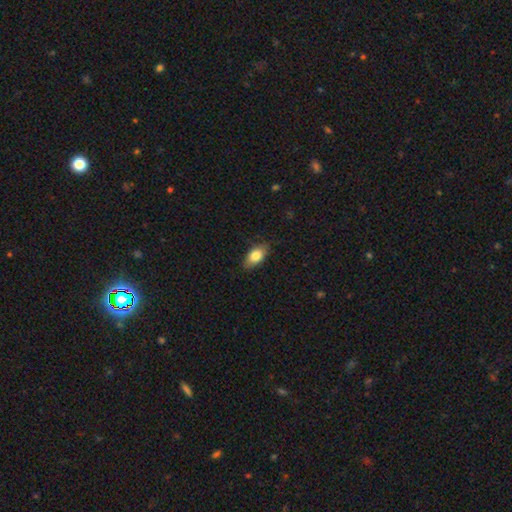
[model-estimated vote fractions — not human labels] Morphology: type=smooth (81%); roundness=in between (90%); merging=none (84%).